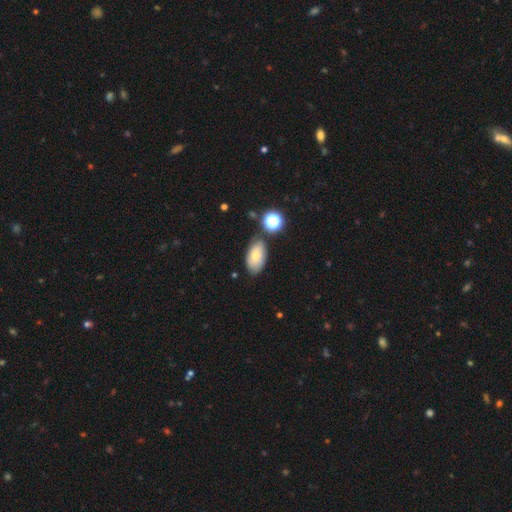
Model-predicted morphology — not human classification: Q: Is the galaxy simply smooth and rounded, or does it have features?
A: smooth — 67%.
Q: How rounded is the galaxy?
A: in between — 92%.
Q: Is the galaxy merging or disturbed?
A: none — 71%.